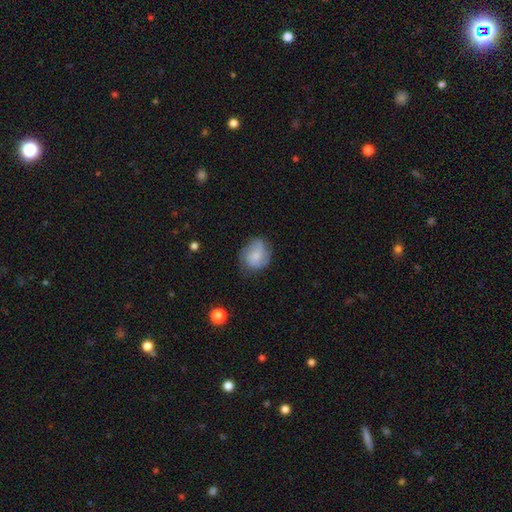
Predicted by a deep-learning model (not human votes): Morphology: type=smooth (57%); roundness=round (59%); merging=none (62%).